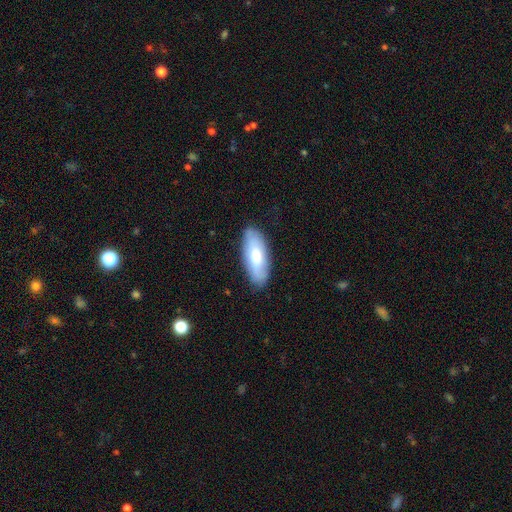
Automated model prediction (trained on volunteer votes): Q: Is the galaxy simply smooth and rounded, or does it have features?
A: smooth — 69%.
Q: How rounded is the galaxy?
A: in between — 78%.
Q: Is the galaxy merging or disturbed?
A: none — 86%.